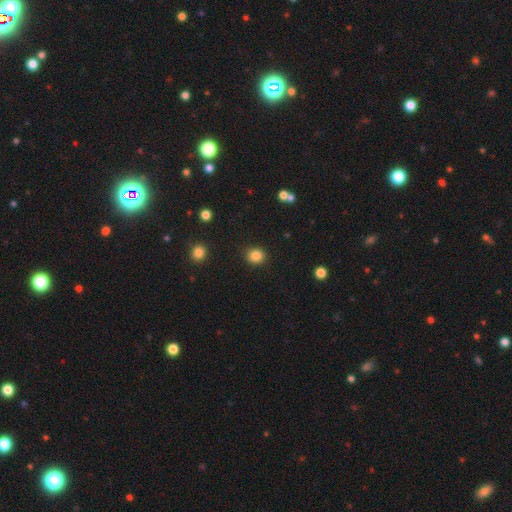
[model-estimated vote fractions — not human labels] Smooth or featured? Predicted: smooth (p=0.85). How rounded? Predicted: round (p=0.83). Merging? Predicted: none (p=0.90).